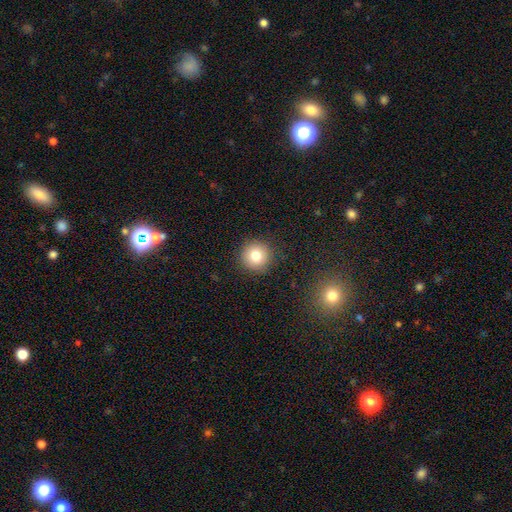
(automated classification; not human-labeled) Morphology: type=smooth (78%); roundness=round (94%); merging=none (90%).